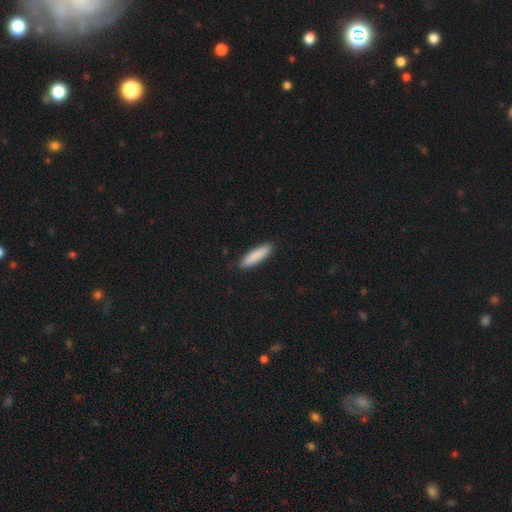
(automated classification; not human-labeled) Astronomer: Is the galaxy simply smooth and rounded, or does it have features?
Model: smooth — 88%.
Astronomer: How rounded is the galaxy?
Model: cigar-shaped — 76%.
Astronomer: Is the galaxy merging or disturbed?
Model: none — 89%.